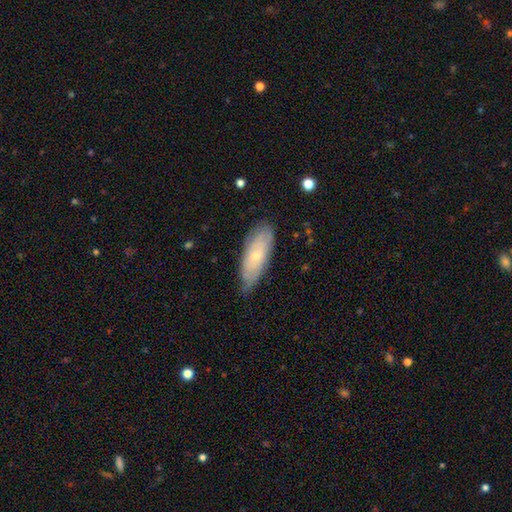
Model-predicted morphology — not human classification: Q: Smooth or featured?
A: featured or disk (49%); runner-up: smooth (44%)
Q: Merging?
A: none (69%); runner-up: minor disturbance (25%)